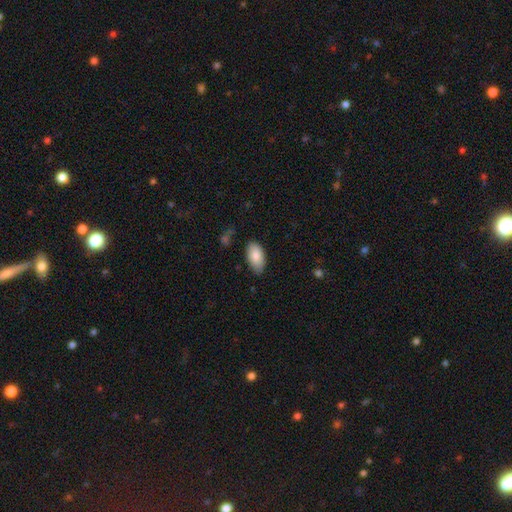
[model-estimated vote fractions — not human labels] This appears to be a smooth galaxy with no disk features (85%) that is in between round and cigar-shaped (95%). Merging: none (77%).